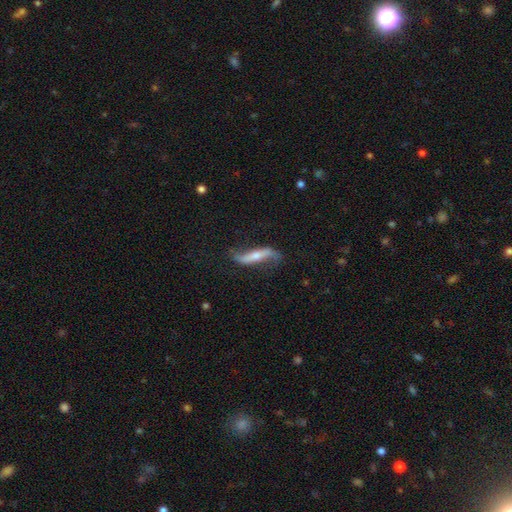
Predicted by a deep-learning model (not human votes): A featured or disk galaxy (78%) with a strong bar (44%), spiral arms (91%) and a small central bulge (48%).

Vote fractions:
- Smooth or featured? featured or disk: 78% / smooth: 16% / star or artifact: 6%
- Edge-on disk? no: 68% / yes: 32%
- Bar? strong: 44% / no: 32% / weak: 23%
- Spiral arms? yes: 91% / no: 9%
- Bulge size? small: 48% / moderate: 43% / none: 5% / large: 3% / dominant: 2%
- Merging? none: 70% / minor disturbance: 19% / major disturbance: 9% / merger: 2%